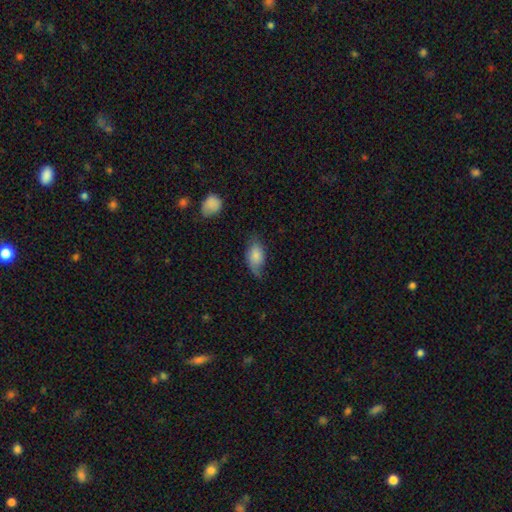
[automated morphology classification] smooth-or-featured: smooth: 74% | featured or disk: 19% | star or artifact: 7%
  how-rounded: in between: 92% | round: 5% | cigar-shaped: 3%
  merging: none: 51% | minor disturbance: 36% | major disturbance: 12% | merger: 2%